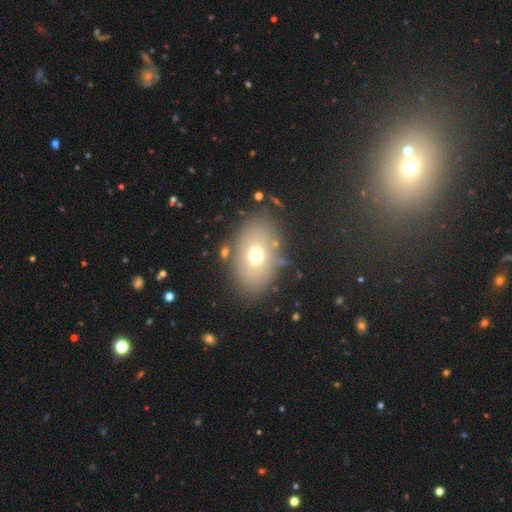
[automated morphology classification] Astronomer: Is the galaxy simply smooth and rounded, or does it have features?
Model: smooth — 66%.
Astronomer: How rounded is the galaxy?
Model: in between — 79%.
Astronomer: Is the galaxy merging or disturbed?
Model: none — 77%.